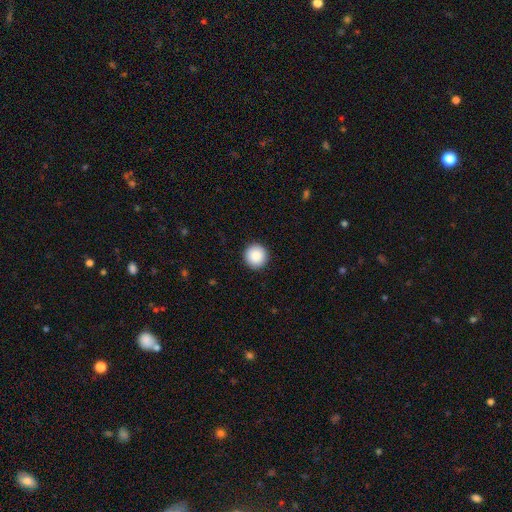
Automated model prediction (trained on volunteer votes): Smooth or featured? smooth (89%)
How rounded? round (96%)
Merging? none (93%)